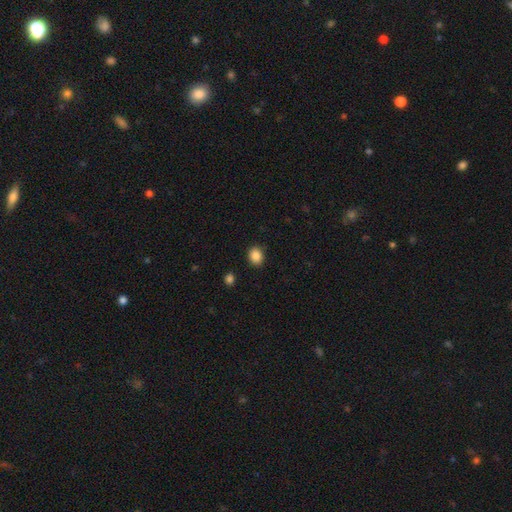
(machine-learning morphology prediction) A smooth galaxy with no disk features (87%) that is round (55%).

Vote fractions:
- Smooth or featured? smooth: 87% / star or artifact: 9% / featured or disk: 3%
- How rounded? round: 55% / in between: 44% / cigar-shaped: 1%
- Merging? none: 89% / minor disturbance: 8% / major disturbance: 2% / merger: 1%